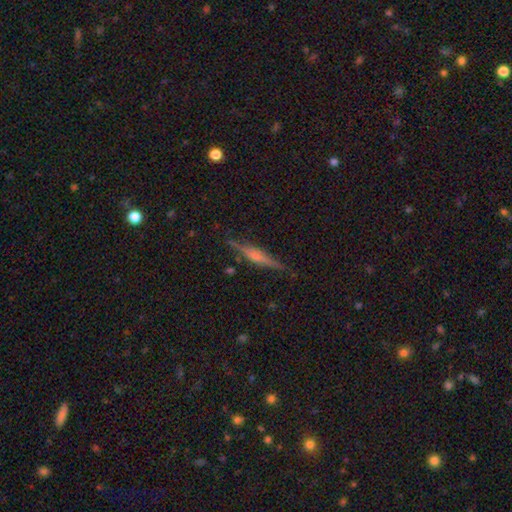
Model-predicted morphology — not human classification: This appears to be a featured or disk galaxy (66%) viewed edge-on (97%) with a rounded central bulge (58%). Merging: none (88%).